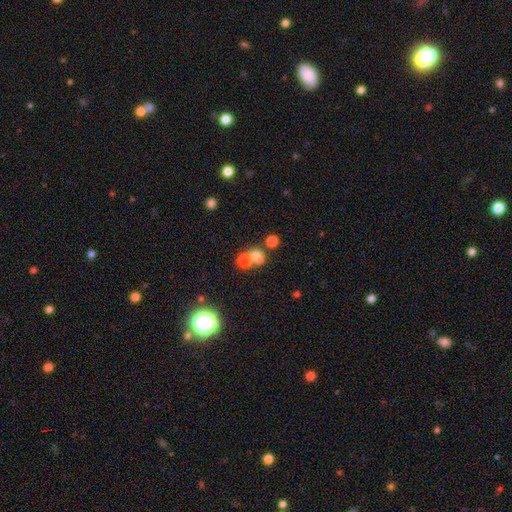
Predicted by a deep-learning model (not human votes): smooth_or_featured: smooth (p=0.66) [alt: star or artifact p=0.18]
how_rounded: round (p=0.79) [alt: in between p=0.20]
merging: merger (p=0.49) [alt: none p=0.40]